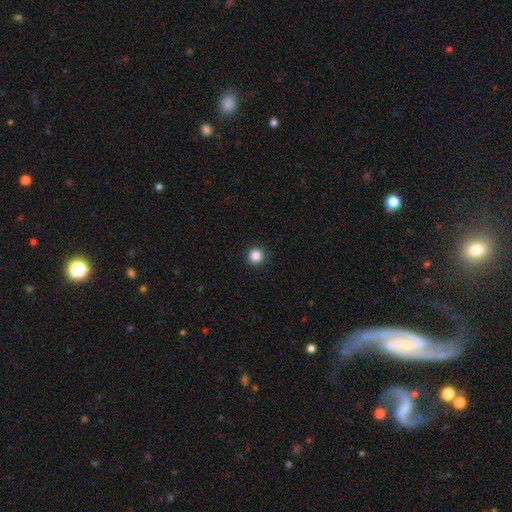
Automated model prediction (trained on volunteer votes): This is clearly a smooth galaxy (85%). How rounded: clearly round (95%). Merging: clearly none (91%).